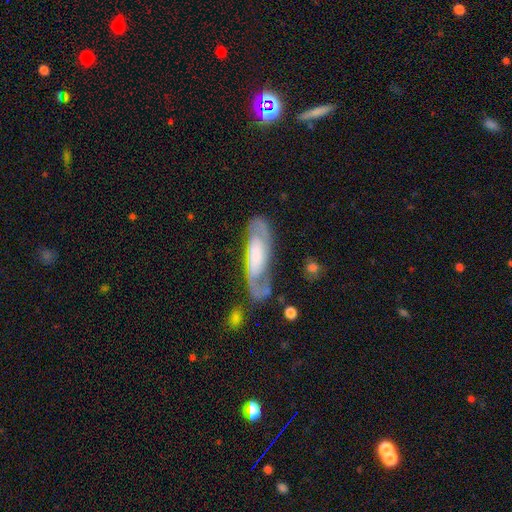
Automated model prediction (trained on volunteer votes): Morphology: type=featured or disk (77%); edge-on=no (88%); bar=no (53%); spiral arms=yes (92%); winding=medium (45%); arm count=2 (79%); bulge=large (27%); merging=none (65%).